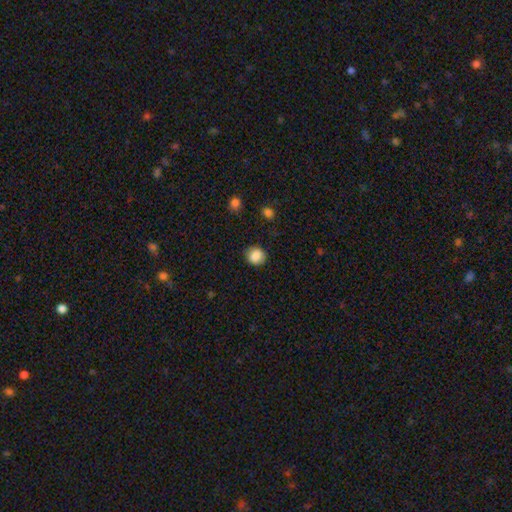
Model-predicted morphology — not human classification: This appears to be a smooth galaxy with no disk features (86%) that is round (83%). Merging: none (86%).